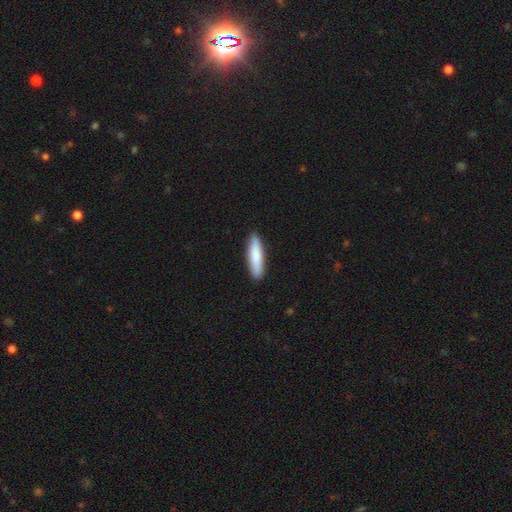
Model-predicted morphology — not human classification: This is clearly a smooth galaxy (81%). How rounded: likely cigar-shaped (79%). Merging: clearly none (89%).